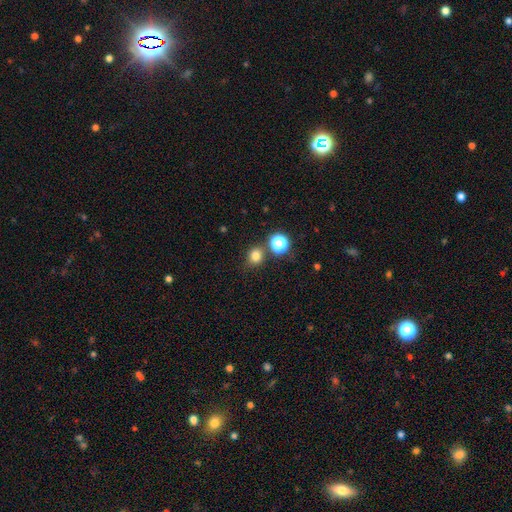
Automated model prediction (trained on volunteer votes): This is likely a smooth galaxy (78%). How rounded: likely round (78%). Merging: likely none (76%).